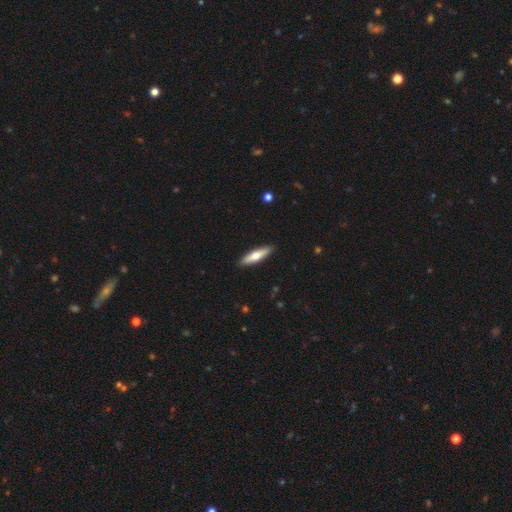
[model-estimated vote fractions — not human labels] Smooth or featured? Predicted: smooth (p=0.60). How rounded? Predicted: cigar-shaped (p=0.74). Merging? Predicted: none (p=0.91).